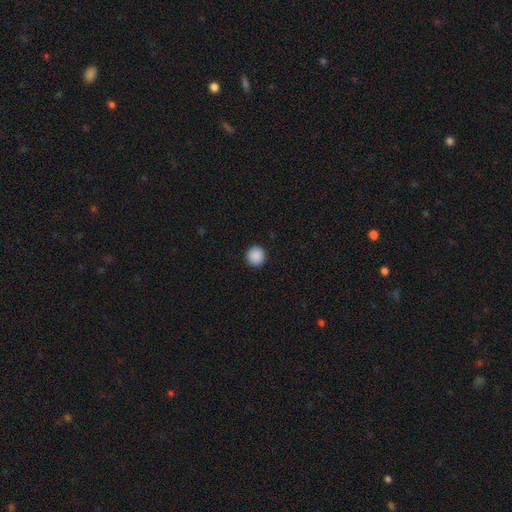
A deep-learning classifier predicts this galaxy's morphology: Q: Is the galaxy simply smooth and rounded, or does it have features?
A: smooth — 89%.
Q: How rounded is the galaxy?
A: round — 95%.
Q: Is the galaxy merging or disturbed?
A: none — 93%.